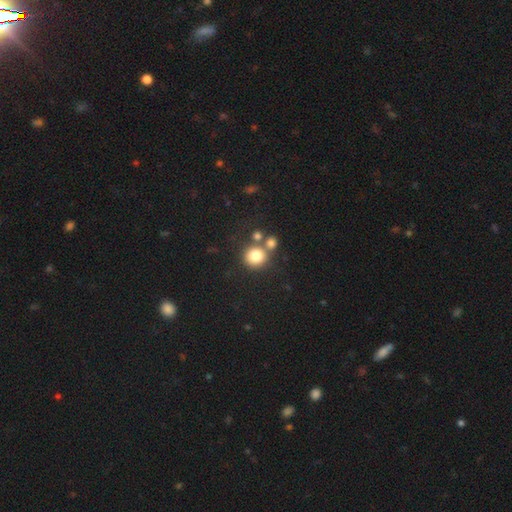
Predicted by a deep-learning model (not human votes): smooth 79%, star or artifact 12%, featured or disk 9%. Down the decision tree: how rounded — round (89%); merging — none (61%).